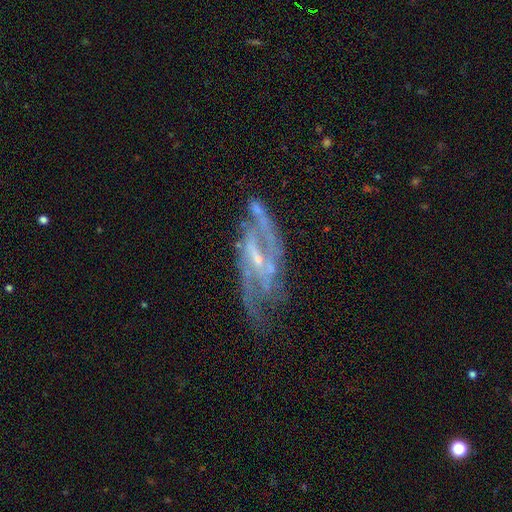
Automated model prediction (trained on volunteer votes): The model was most divided on "bar": weak: 42%, strong: 33%, no: 25%. Remaining: spiral arms — yes (92%); edge-on disk — no (88%); smooth or featured — featured or disk (85%); bulge size — small (70%); spiral arm count — 2 (64%); merging — none (63%); spiral winding — medium (45%).